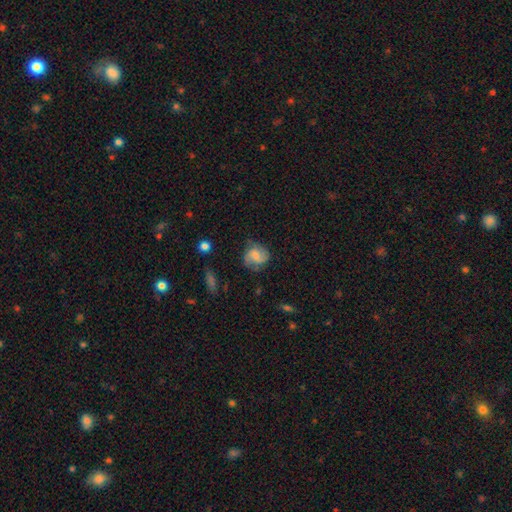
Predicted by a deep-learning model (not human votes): A featured or disk galaxy (56%) with no bar (47%), spiral arms (91%) and a small central bulge (32%).

Vote fractions:
- Smooth or featured? featured or disk: 56% / smooth: 36% / star or artifact: 8%
- Edge-on disk? no: 97% / yes: 3%
- Bar? no: 47% / weak: 42% / strong: 10%
- Spiral arms? yes: 91% / no: 9%
- Bulge size? small: 32% / none: 31% / moderate: 27% / large: 8% / dominant: 2%
- Merging? none: 63% / minor disturbance: 24% / major disturbance: 11% / merger: 2%